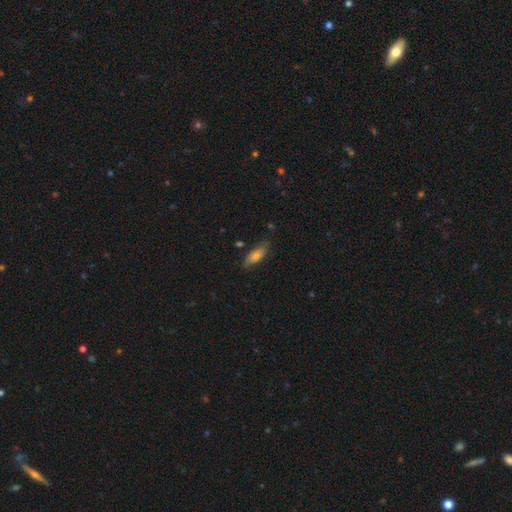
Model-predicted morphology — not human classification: Overall: smooth (58%; featured or disk 34%). How rounded: in between (67%; cigar-shaped 30%). Merging: none (72%).